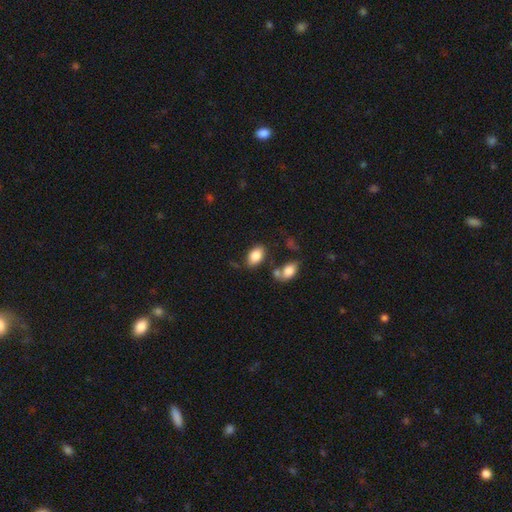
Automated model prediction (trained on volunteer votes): A smooth galaxy with no disk features (84%) that is in between round and cigar-shaped (91%).

Vote fractions:
- Smooth or featured? smooth: 84% / featured or disk: 8% / star or artifact: 7%
- How rounded? in between: 91% / round: 7% / cigar-shaped: 2%
- Merging? none: 71% / minor disturbance: 15% / merger: 10% / major disturbance: 4%